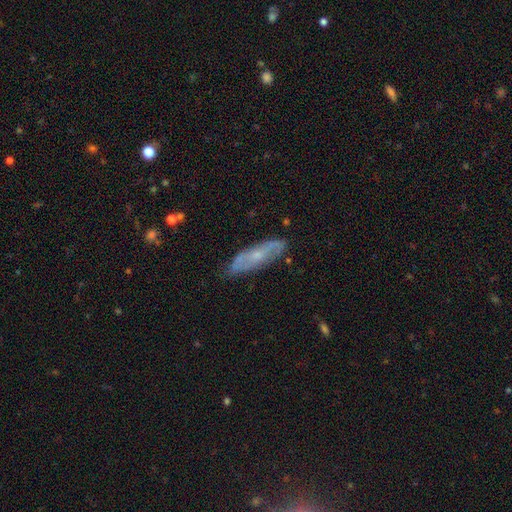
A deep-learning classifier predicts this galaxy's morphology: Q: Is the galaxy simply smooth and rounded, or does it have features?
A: featured or disk — 59%.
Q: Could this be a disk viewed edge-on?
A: no — 61%.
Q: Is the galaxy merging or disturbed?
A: none — 80%.